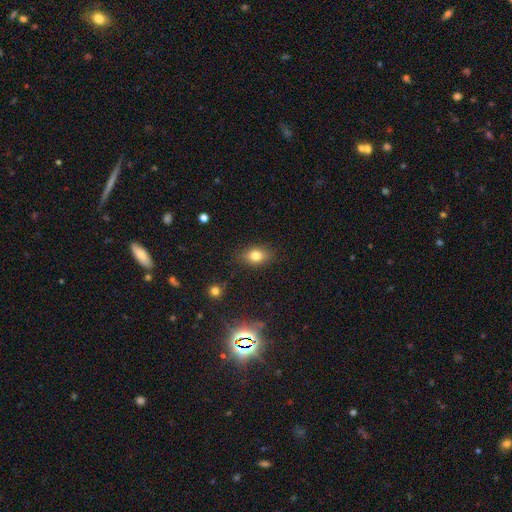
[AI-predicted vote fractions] Smooth or featured? Predicted: smooth (p=0.78). How rounded? Predicted: in between (p=0.75). Merging? Predicted: none (p=0.83).